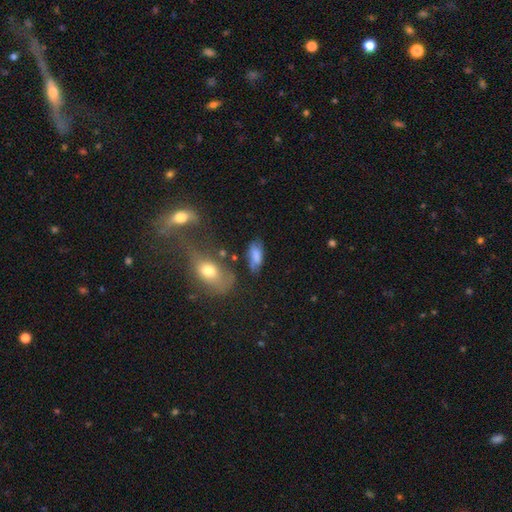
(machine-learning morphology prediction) Q: Smooth or featured?
A: smooth (72%); runner-up: featured or disk (18%)
Q: How rounded?
A: in between (80%); runner-up: cigar-shaped (16%)
Q: Merging?
A: none (56%); runner-up: minor disturbance (24%)